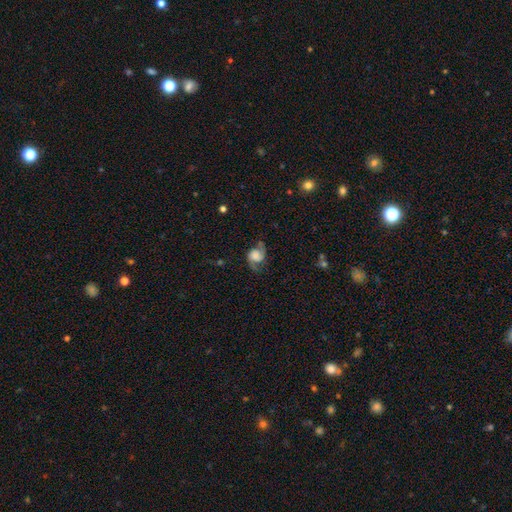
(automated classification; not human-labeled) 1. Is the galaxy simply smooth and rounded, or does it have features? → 70% featured or disk, 21% smooth, 9% star or artifact.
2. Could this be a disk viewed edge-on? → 98% no, 2% yes.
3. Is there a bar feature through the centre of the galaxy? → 68% no, 27% weak, 6% strong.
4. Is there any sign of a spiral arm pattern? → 94% yes, 6% no.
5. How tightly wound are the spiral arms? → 43% loose, 41% medium, 16% tight.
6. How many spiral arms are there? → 87% 2, 7% 1, 3% can't tell, 1% 3, 1% 4, 1% more than 4.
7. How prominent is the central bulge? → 31% large, 25% none, 17% moderate, 15% small, 11% dominant.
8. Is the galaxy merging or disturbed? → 62% none, 22% minor disturbance, 14% major disturbance, 2% merger.